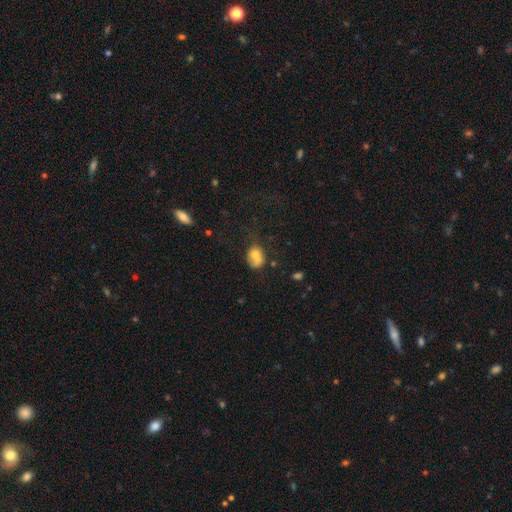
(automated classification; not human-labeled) Morphology: type=smooth (69%); roundness=in between (68%); merging=none (40%).